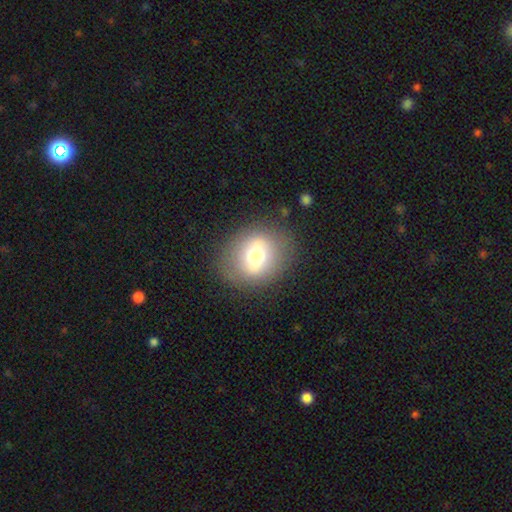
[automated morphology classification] smooth 63%, featured or disk 27%, star or artifact 10%. Down the decision tree: how rounded — round (58%); merging — none (82%).